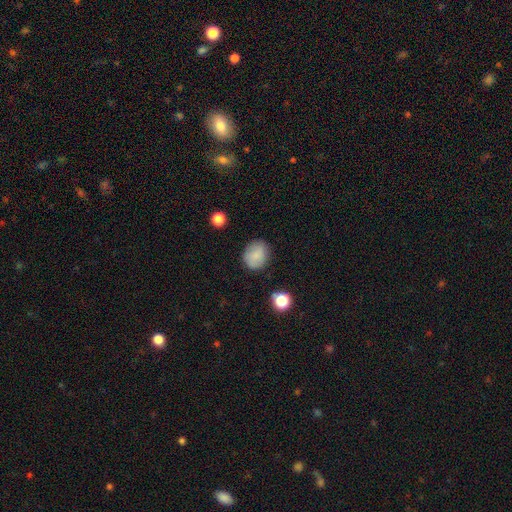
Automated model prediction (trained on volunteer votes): Smooth or featured?
  - smooth: 82% *
  - star or artifact: 9%
  - featured or disk: 8%
How rounded?
  - round: 61% *
  - in between: 38%
  - cigar-shaped: 1%
Merging?
  - none: 80% *
  - minor disturbance: 15%
  - major disturbance: 4%
  - merger: 2%